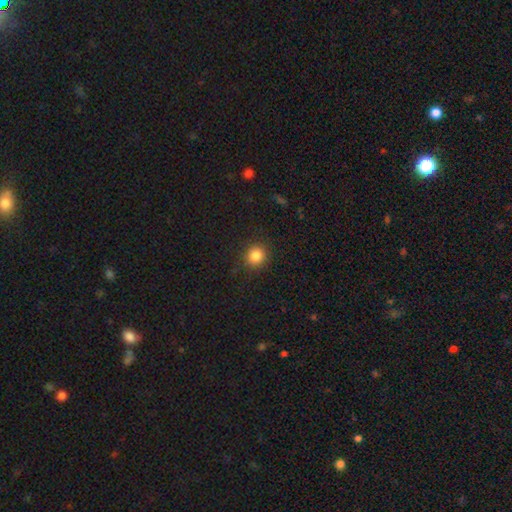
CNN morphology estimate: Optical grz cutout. It shows a smooth galaxy with no disk features (85%) that is round (87%). Merging: none (88%).